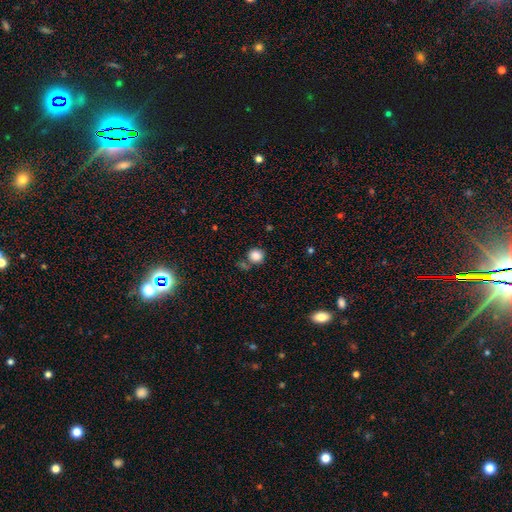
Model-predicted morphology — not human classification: Q: Smooth or featured?
A: smooth (85%); runner-up: star or artifact (10%)
Q: How rounded?
A: round (82%); runner-up: in between (17%)
Q: Merging?
A: none (66%); runner-up: minor disturbance (15%)